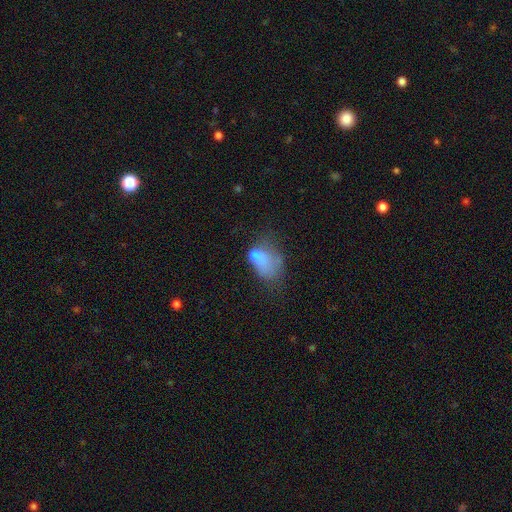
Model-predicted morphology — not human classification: Smooth or featured? Predicted: smooth (p=0.63). How rounded? Predicted: in between (p=0.85). Merging? Predicted: major disturbance (p=0.50).